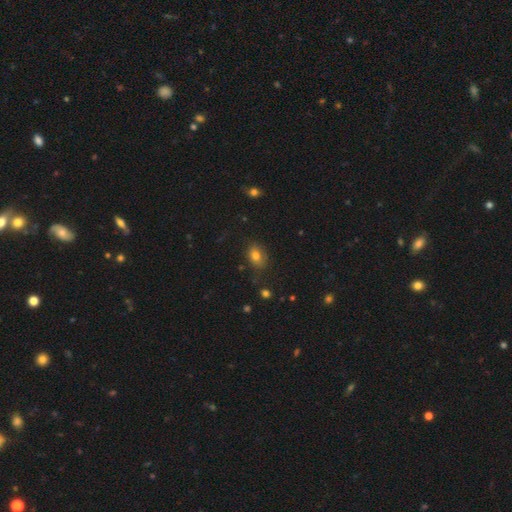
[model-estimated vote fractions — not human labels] Smooth or featured: smooth — 77% (star or artifact — 13%)
How rounded: in between — 67% (round — 32%)
Merging: none — 75% (minor disturbance — 18%)